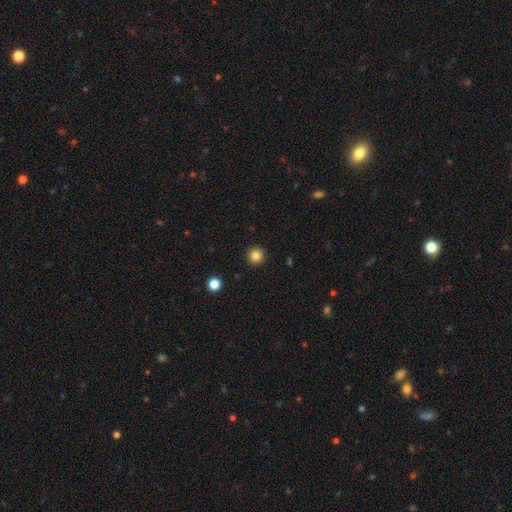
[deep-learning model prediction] Smooth or featured? Predicted: smooth (p=0.83). How rounded? Predicted: round (p=0.96). Merging? Predicted: none (p=0.93).